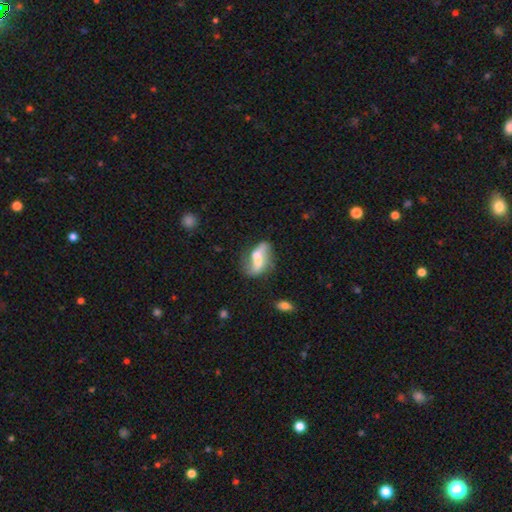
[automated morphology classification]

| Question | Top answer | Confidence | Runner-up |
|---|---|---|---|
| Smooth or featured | featured or disk | 60% | smooth (32%) |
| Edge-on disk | no | 90% | yes (10%) |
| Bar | no | 37% | weak (32%) |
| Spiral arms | yes | 73% | no (27%) |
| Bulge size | small | 38% | moderate (36%) |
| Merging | none | 49% | minor disturbance (25%) |